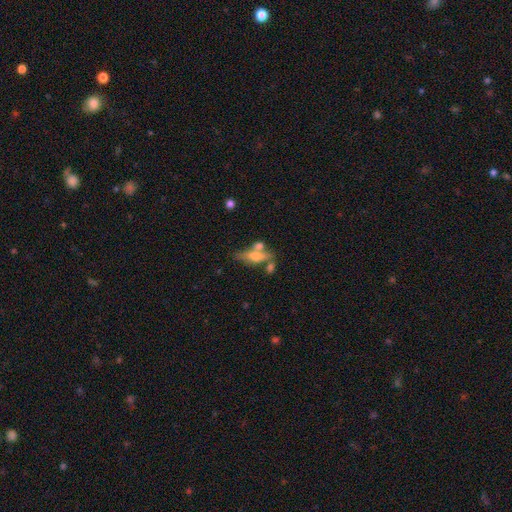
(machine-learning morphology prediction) Smooth or featured: smooth — 49% (featured or disk — 42%)
Merging: none — 51% (merger — 26%)